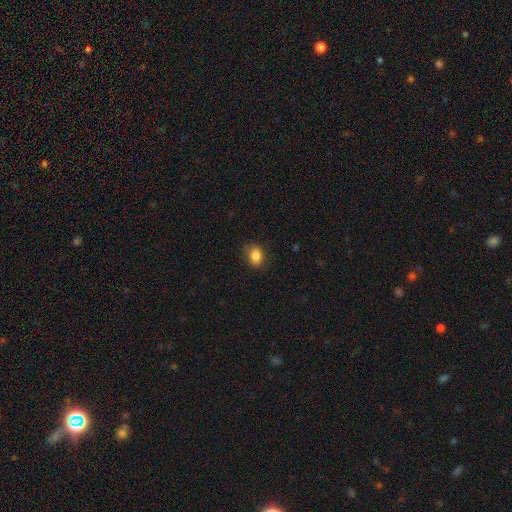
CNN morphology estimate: A smooth galaxy with no disk features (86%) that is in between round and cigar-shaped (66%).

Vote fractions:
- Smooth or featured? smooth: 86% / star or artifact: 9% / featured or disk: 5%
- How rounded? in between: 66% / round: 33% / cigar-shaped: 1%
- Merging? none: 82% / minor disturbance: 14% / major disturbance: 3% / merger: 1%